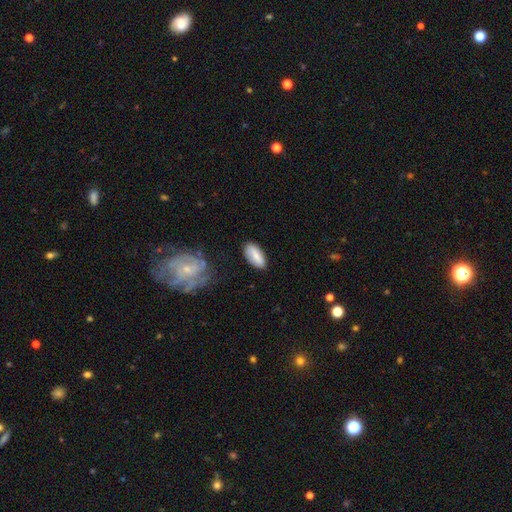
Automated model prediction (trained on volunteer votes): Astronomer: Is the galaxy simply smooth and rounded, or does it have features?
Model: smooth — 77%.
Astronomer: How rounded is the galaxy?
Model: in between — 81%.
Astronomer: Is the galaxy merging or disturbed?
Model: none — 79%.